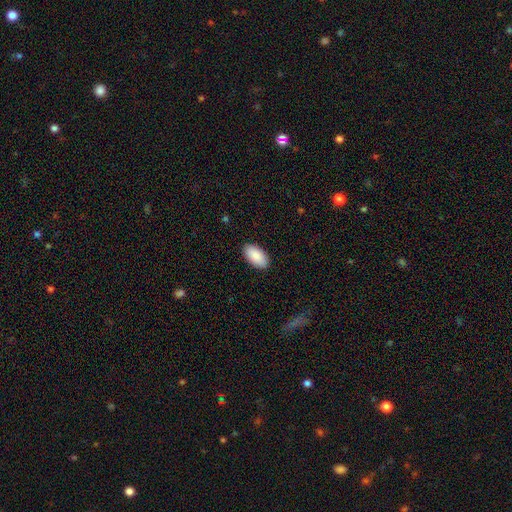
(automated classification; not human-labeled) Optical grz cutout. It shows a smooth galaxy with no disk features (90%) that is in between round and cigar-shaped (96%). Merging: none (89%).